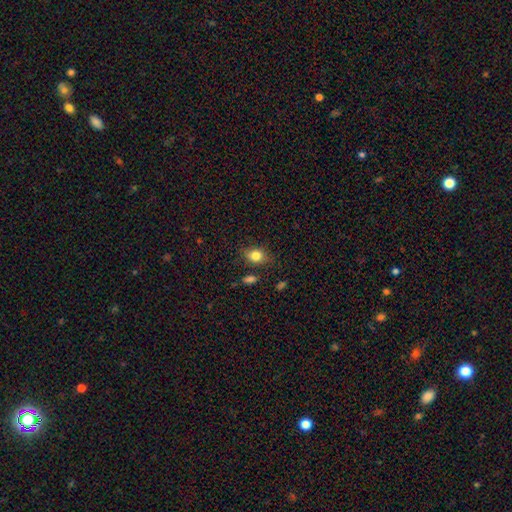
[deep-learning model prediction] This is clearly a smooth galaxy (81%). How rounded: likely in between (61%). Merging: likely none (78%).